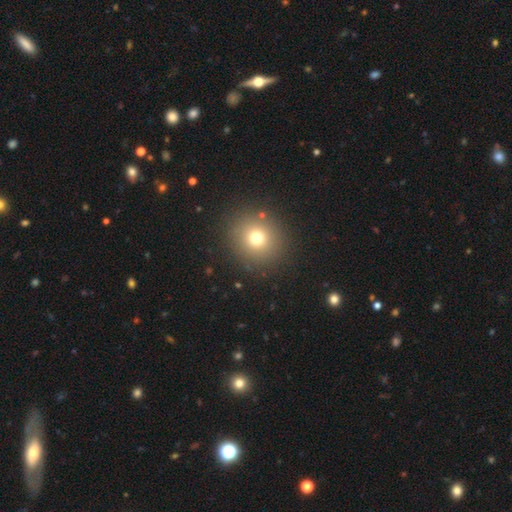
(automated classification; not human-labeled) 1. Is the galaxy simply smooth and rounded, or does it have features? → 63% smooth, 28% star or artifact, 8% featured or disk.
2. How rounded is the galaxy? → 92% round, 7% in between, 1% cigar-shaped.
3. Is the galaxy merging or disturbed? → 91% none, 5% minor disturbance, 2% major disturbance, 1% merger.